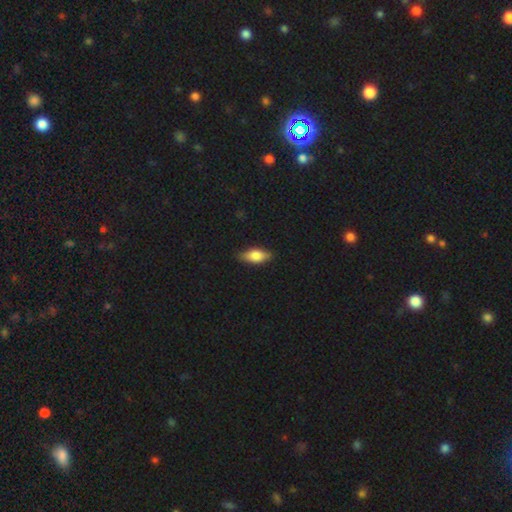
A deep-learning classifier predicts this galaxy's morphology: Smooth or featured? smooth (70%)
How rounded? in between (81%)
Merging? none (85%)